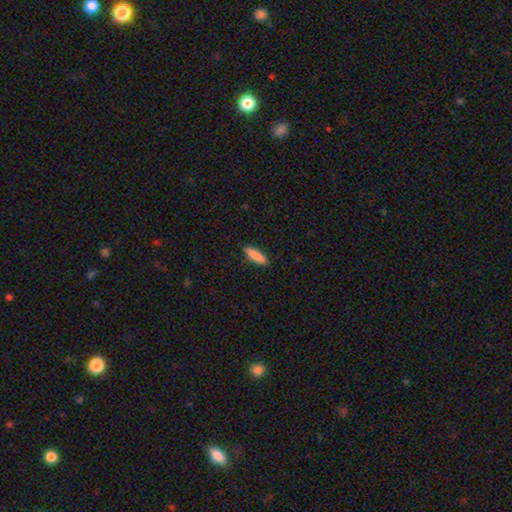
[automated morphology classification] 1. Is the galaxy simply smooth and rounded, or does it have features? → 86% smooth, 8% featured or disk, 6% star or artifact.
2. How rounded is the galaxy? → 67% cigar-shaped, 31% in between, 2% round.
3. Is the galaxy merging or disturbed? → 89% none, 8% minor disturbance, 2% major disturbance, 1% merger.